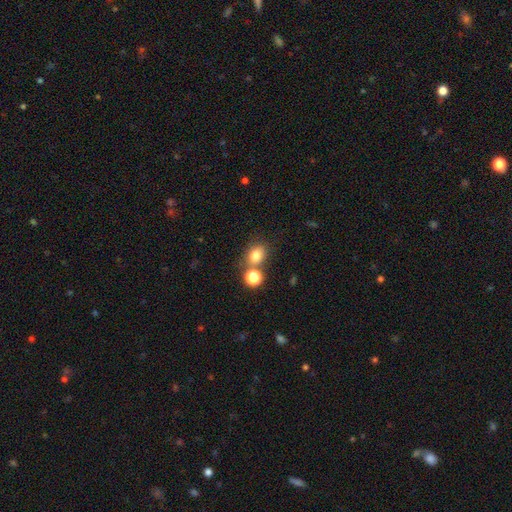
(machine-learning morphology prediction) A smooth galaxy with no disk features (78%) that is round (52%).

Vote fractions:
- Smooth or featured? smooth: 78% / star or artifact: 14% / featured or disk: 8%
- How rounded? round: 52% / in between: 47% / cigar-shaped: 1%
- Merging? none: 61% / merger: 23% / minor disturbance: 12% / major disturbance: 4%